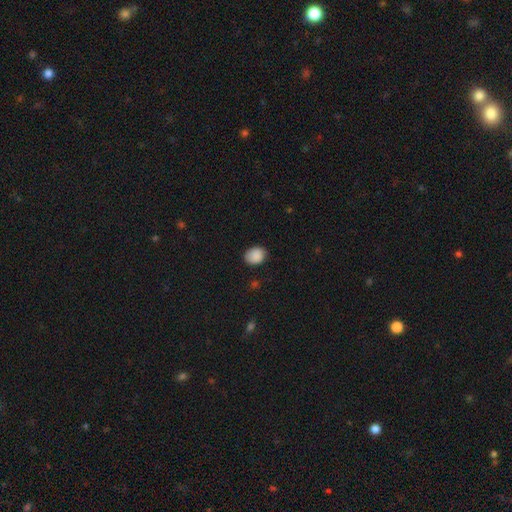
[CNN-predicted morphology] Smooth or featured? smooth (89%)
How rounded? in between (60%)
Merging? none (82%)